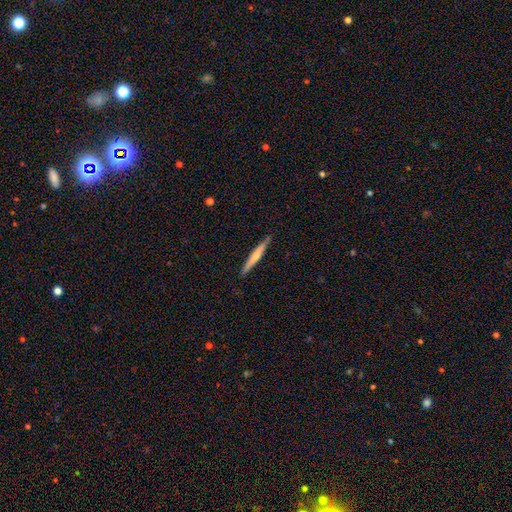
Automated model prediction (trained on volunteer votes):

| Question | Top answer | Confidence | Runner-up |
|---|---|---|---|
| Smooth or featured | smooth | 51% | featured or disk (43%) |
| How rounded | cigar-shaped | 96% | in between (3%) |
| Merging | none | 88% | minor disturbance (9%) |